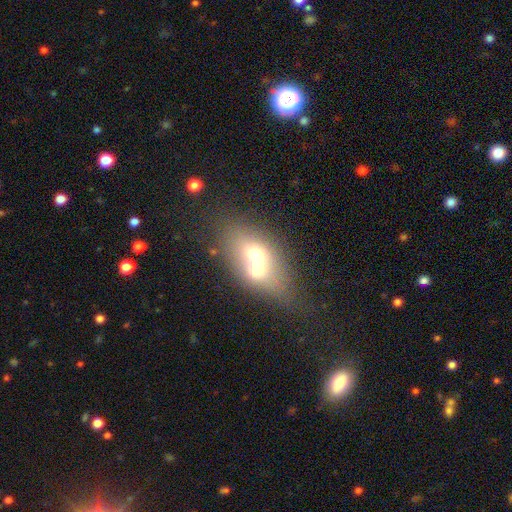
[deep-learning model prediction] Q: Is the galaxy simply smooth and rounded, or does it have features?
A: smooth — 60%.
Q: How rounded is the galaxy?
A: in between — 74%.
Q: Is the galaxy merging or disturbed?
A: merger — 65%.